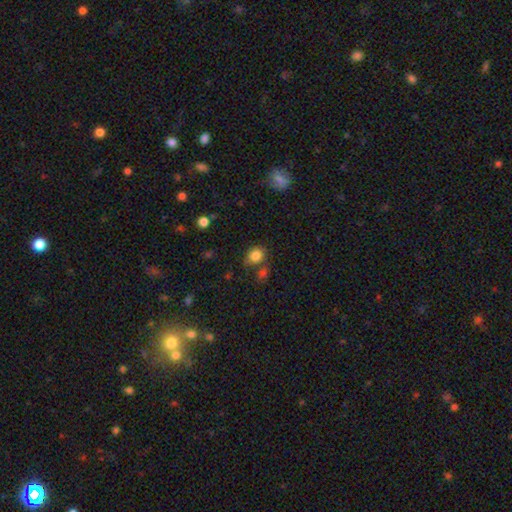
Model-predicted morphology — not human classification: This is clearly a smooth galaxy (83%). How rounded: possibly round (55%). Merging: likely none (63%).